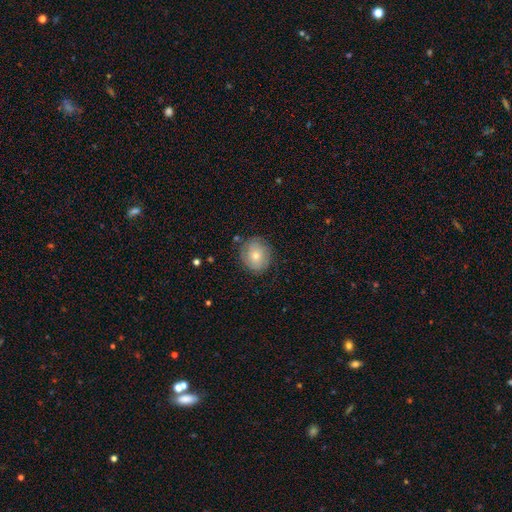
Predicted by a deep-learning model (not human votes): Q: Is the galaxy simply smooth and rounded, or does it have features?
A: smooth — 46%.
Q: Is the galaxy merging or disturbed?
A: none — 78%.